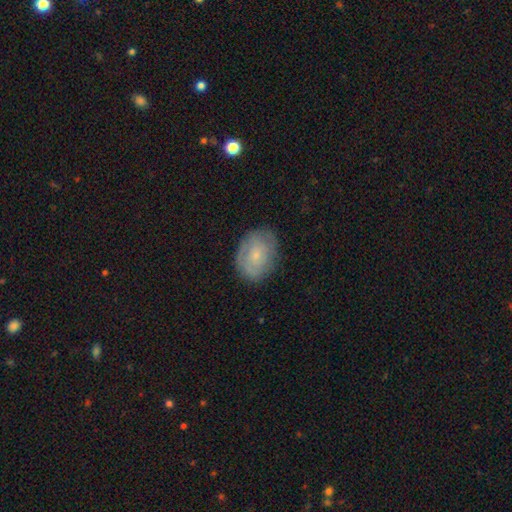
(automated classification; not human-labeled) smooth_or_featured: smooth (p=0.52) [alt: featured or disk p=0.40]
how_rounded: in between (p=0.71) [alt: round p=0.28]
merging: none (p=0.76) [alt: minor disturbance p=0.17]